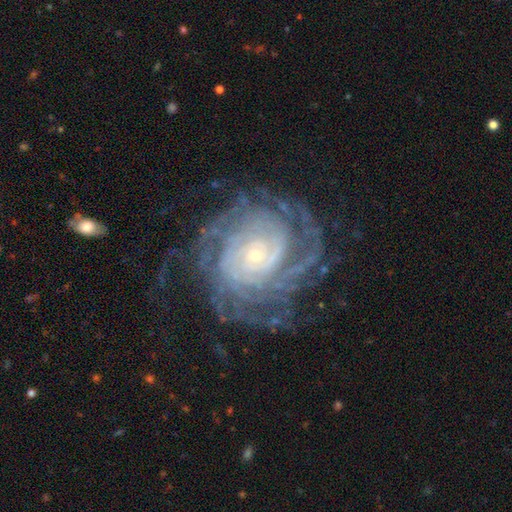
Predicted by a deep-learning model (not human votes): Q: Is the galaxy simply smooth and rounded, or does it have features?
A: featured or disk — 88%.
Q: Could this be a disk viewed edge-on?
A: no — 97%.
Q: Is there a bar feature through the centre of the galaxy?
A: no — 75%.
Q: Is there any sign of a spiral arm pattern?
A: yes — 97%.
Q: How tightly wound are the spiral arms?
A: tight — 78%.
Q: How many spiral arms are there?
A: can't tell — 27%.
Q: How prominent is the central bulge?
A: small — 82%.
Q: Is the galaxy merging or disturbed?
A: none — 74%.